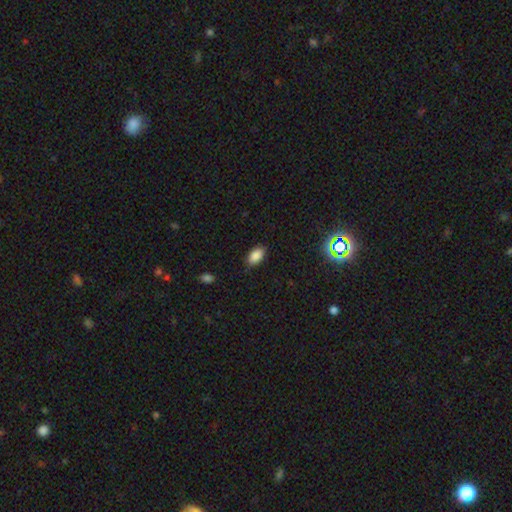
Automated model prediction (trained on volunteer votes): smooth_or_featured: smooth (p=0.86) [alt: star or artifact p=0.09]
how_rounded: in between (p=0.93) [alt: round p=0.05]
merging: none (p=0.85) [alt: minor disturbance p=0.12]